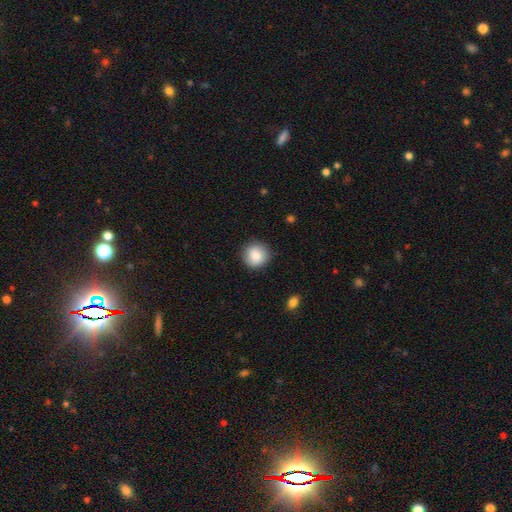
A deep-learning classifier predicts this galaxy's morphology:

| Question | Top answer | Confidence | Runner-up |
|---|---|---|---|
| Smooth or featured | smooth | 85% | star or artifact (8%) |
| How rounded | round | 92% | in between (8%) |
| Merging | none | 87% | minor disturbance (10%) |